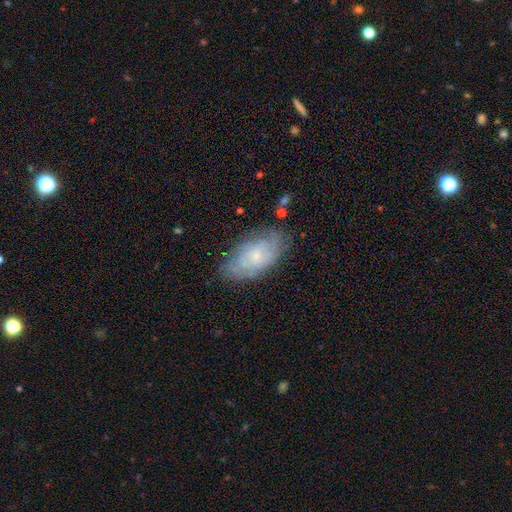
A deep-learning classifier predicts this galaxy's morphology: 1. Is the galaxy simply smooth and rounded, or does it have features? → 56% featured or disk, 36% smooth, 8% star or artifact.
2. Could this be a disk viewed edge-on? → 92% no, 8% yes.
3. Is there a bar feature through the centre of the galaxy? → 77% no, 20% weak, 3% strong.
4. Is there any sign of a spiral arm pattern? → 77% yes, 23% no.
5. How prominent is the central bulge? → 72% small, 20% moderate, 5% none, 2% large, 1% dominant.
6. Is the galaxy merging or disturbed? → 71% none, 21% minor disturbance, 6% major disturbance, 2% merger.